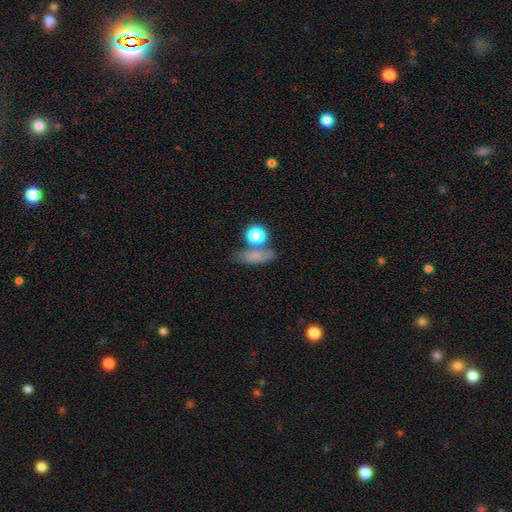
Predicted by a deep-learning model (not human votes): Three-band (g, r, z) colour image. It shows a smooth galaxy with no disk features (69%) that is in between round and cigar-shaped (42%). Merging: none (61%).